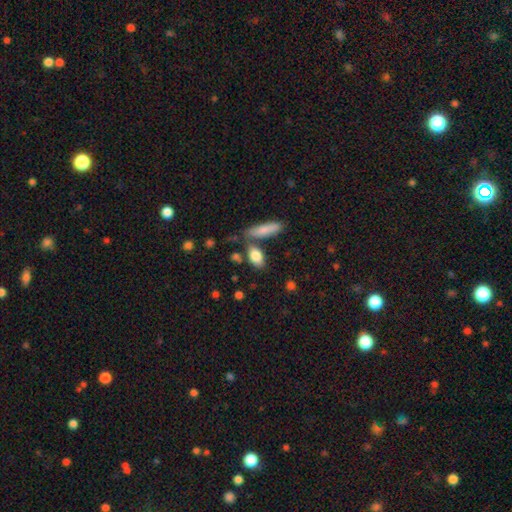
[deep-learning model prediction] A smooth galaxy with no disk features (83%) that is in between round and cigar-shaped (78%). Merging: none (65%).